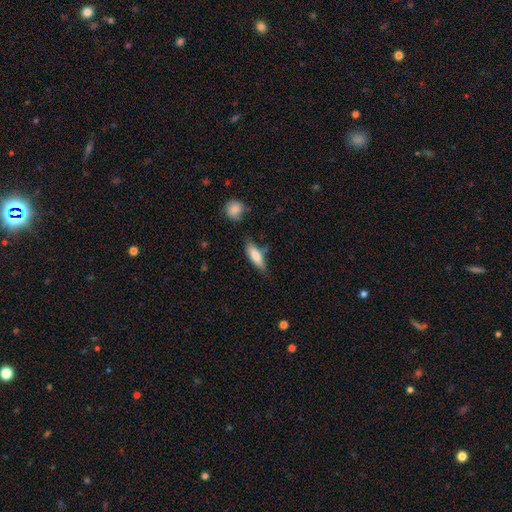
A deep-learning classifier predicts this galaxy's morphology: A smooth galaxy with no disk features (75%) that is in between round and cigar-shaped (49%, tied with cigar-shaped).

Vote fractions:
- Smooth or featured? smooth: 75% / featured or disk: 19% / star or artifact: 6%
- How rounded? in between: 49% (tied) / cigar-shaped: 49% (tied) / round: 2%
- Merging? none: 67% / minor disturbance: 21% / merger: 6% / major disturbance: 5%